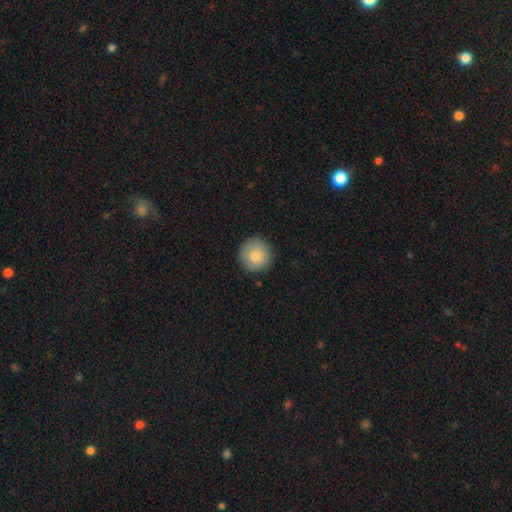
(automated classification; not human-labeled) smooth 84%, featured or disk 9%, star or artifact 8%. Down the decision tree: how rounded — round (94%); merging — none (87%).